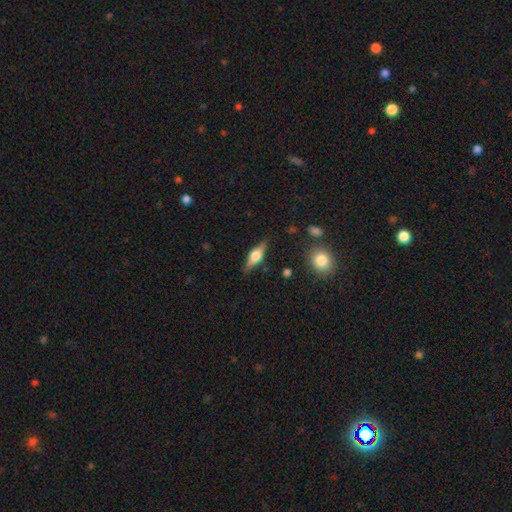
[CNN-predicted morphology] Q: Smooth or featured?
A: featured or disk (61%); runner-up: smooth (33%)
Q: Edge-on disk?
A: yes (95%); runner-up: no (5%)
Q: Edge-on bulge?
A: rounded (90%); runner-up: boxy (8%)
Q: Merging?
A: none (85%); runner-up: minor disturbance (11%)